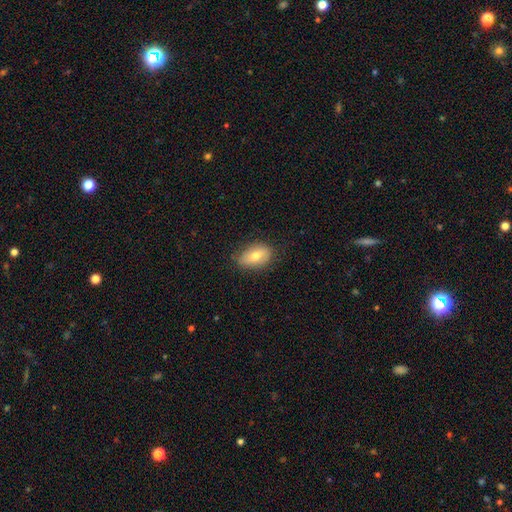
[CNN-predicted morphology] This is likely a smooth galaxy (65%). How rounded: clearly in between (88%). Merging: likely none (78%).